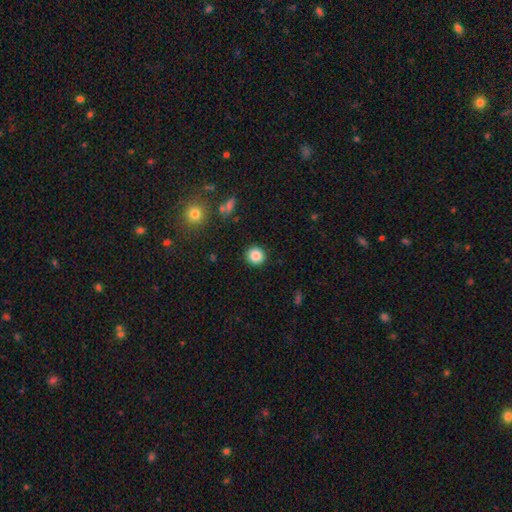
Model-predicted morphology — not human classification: The model was most divided on "smooth or featured": smooth: 86%, star or artifact: 10%, featured or disk: 4%. More confident: how rounded — round (92%); merging — none (91%).